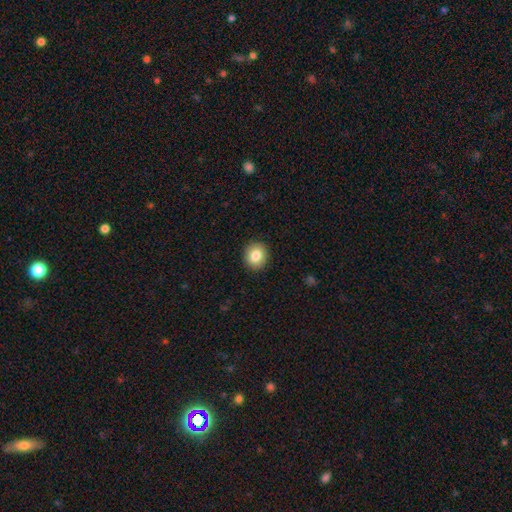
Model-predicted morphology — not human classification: Q: Smooth or featured?
A: smooth (83%); runner-up: star or artifact (9%)
Q: How rounded?
A: round (84%); runner-up: in between (15%)
Q: Merging?
A: none (92%); runner-up: minor disturbance (6%)